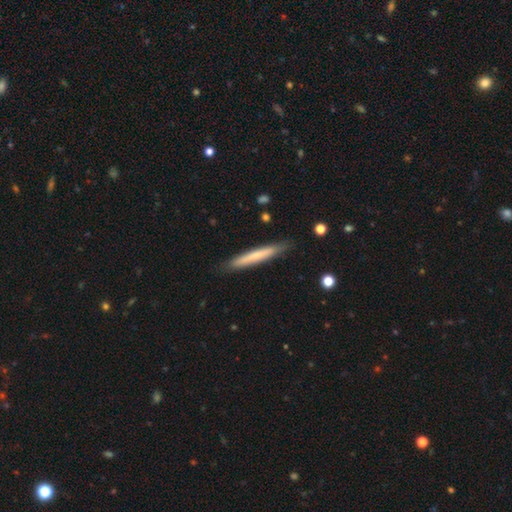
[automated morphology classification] smooth_or_featured: smooth (p=0.64) [alt: featured or disk p=0.30]
how_rounded: cigar-shaped (p=0.96) [alt: in between p=0.03]
merging: none (p=0.88) [alt: minor disturbance p=0.09]